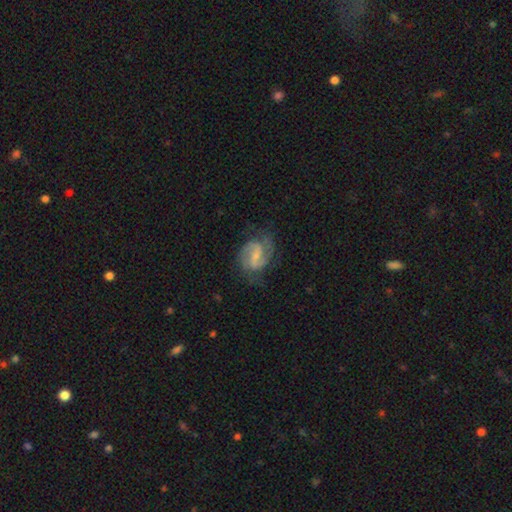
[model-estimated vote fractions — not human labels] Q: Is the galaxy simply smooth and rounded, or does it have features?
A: featured or disk — 83%.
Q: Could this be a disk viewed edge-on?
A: no — 98%.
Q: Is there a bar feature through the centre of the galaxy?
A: weak — 52%.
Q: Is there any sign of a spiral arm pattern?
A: yes — 95%.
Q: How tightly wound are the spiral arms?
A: medium — 53%.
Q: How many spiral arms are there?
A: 2 — 86%.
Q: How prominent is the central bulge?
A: small — 55%.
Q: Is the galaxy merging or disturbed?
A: none — 68%.